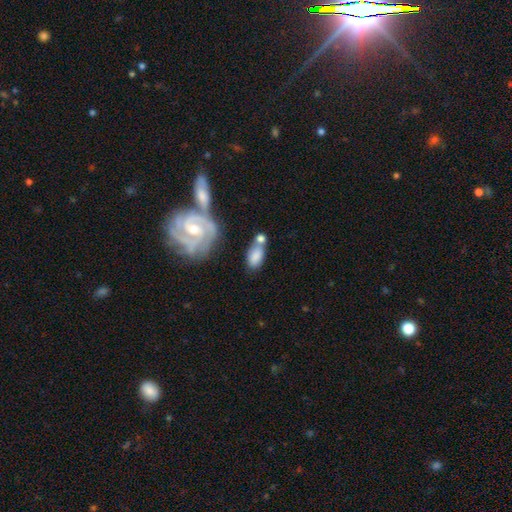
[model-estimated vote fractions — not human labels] Smooth or featured? Predicted: smooth (p=0.69). How rounded? Predicted: in between (p=0.88). Merging? Predicted: none (p=0.39).